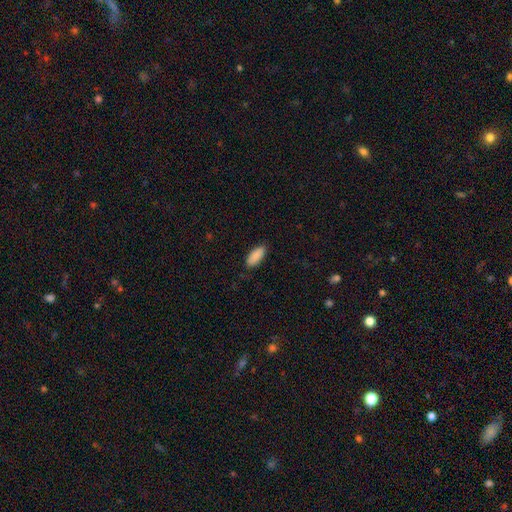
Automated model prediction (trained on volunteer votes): This is clearly a smooth galaxy (90%). How rounded: clearly in between (81%). Merging: clearly none (87%).